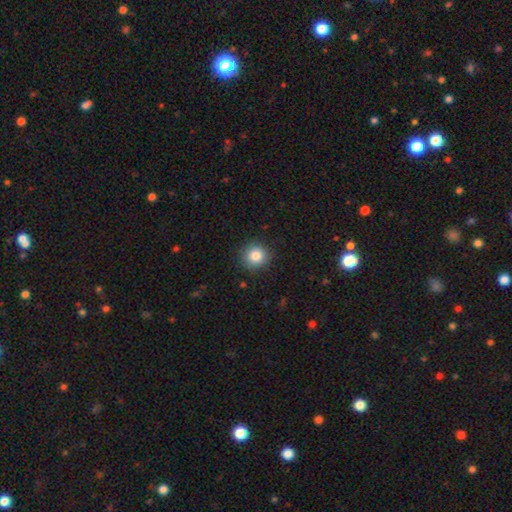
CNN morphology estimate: Overall: smooth (83%). How rounded: round (92%). Merging: none (90%).